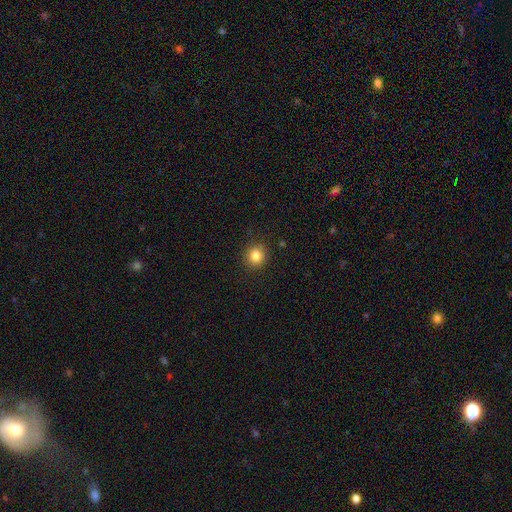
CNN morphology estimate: Overall: smooth (84%). How rounded: round (85%). Merging: none (89%).